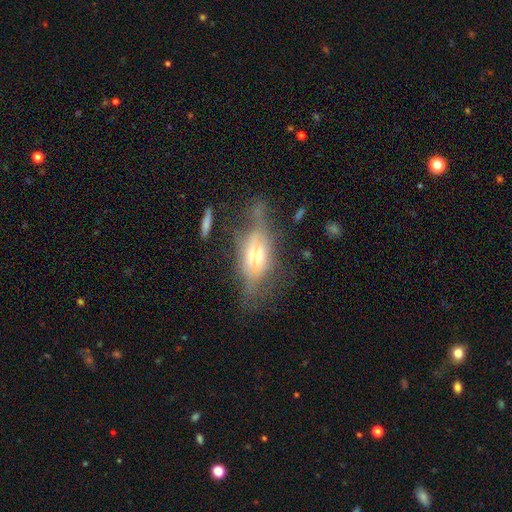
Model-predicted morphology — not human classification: Smooth or featured: featured or disk — 64% (smooth — 25%)
Edge-on disk: yes — 74% (no — 26%)
Merging: none — 43% (major disturbance — 26%)